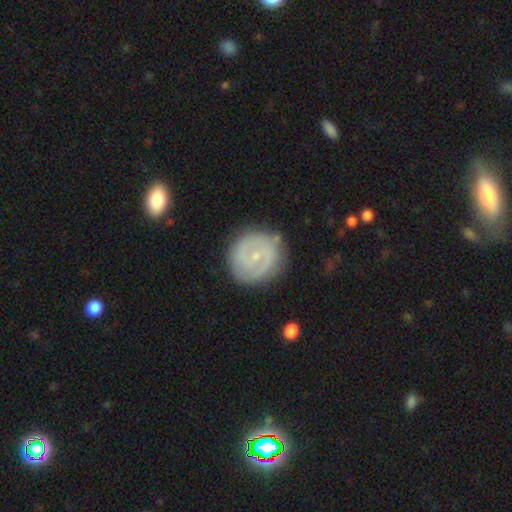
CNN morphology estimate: smooth_or_featured: featured or disk (p=0.71) [alt: smooth p=0.23]
disk_edge_on: no (p=0.97) [alt: yes p=0.03]
bar: no (p=0.45) [alt: weak p=0.44]
has_spiral_arms: yes (p=0.80) [alt: no p=0.20]
spiral_winding: tight (p=0.50) [alt: medium p=0.36]
spiral_arm_count: 2 (p=0.69) [alt: can't tell p=0.18]
bulge_size: small (p=0.78) [alt: moderate p=0.17]
merging: none (p=0.82) [alt: minor disturbance p=0.13]